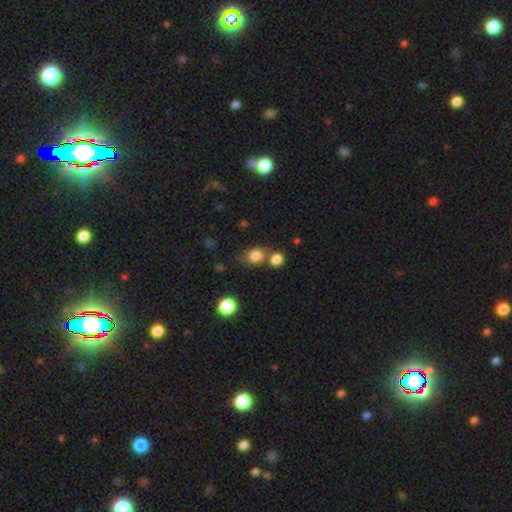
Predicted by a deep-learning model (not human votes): smooth_or_featured: smooth (p=0.82) [alt: star or artifact p=0.12]
how_rounded: round (p=0.72) [alt: in between p=0.27]
merging: none (p=0.57) [alt: merger p=0.26]